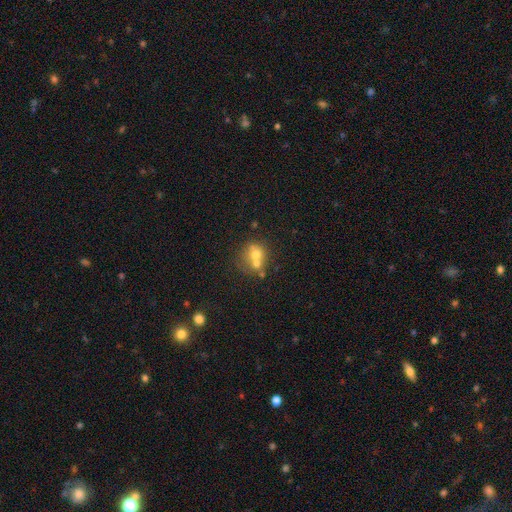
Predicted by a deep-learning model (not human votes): The model was most divided on "merging": merger: 54%, none: 34%, minor disturbance: 8%, major disturbance: 4%. More confident: how rounded — round (78%); smooth or featured — smooth (62%).